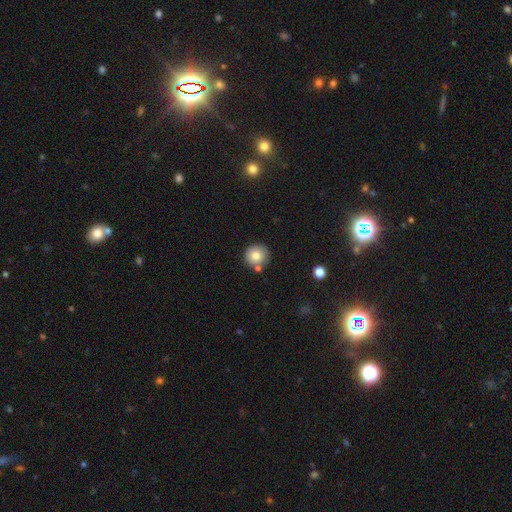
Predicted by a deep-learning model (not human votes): This is likely a smooth galaxy (77%). How rounded: clearly round (93%). Merging: likely none (74%).